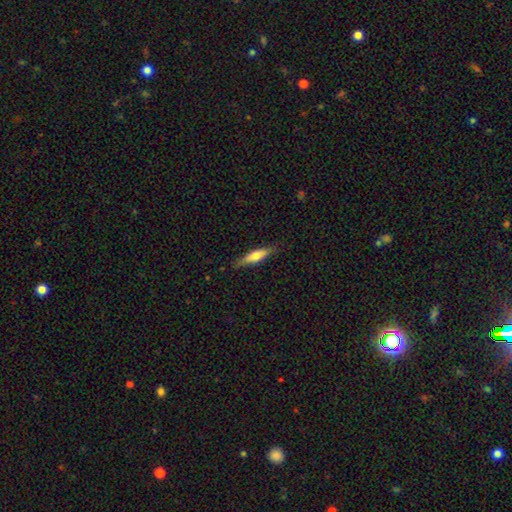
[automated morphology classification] smooth-or-featured: smooth: 62% | featured or disk: 32% | star or artifact: 6%
  how-rounded: cigar-shaped: 74% | in between: 24% | round: 2%
  merging: none: 83% | minor disturbance: 14% | major disturbance: 3% | merger: 1%